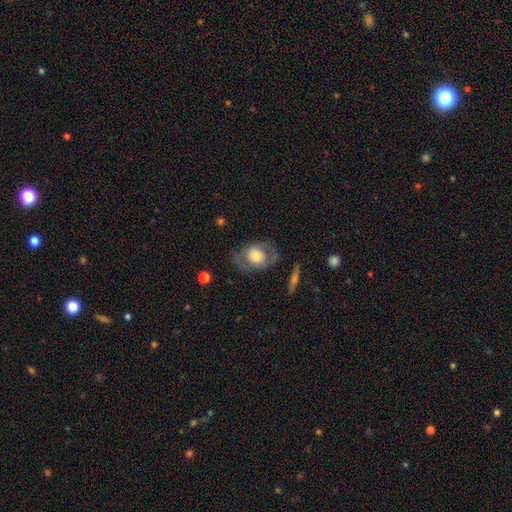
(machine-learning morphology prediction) Smooth or featured?
  - smooth: 49% *
  - featured or disk: 44%
  - star or artifact: 7%
Merging?
  - none: 66% *
  - minor disturbance: 18%
  - major disturbance: 14%
  - merger: 2%